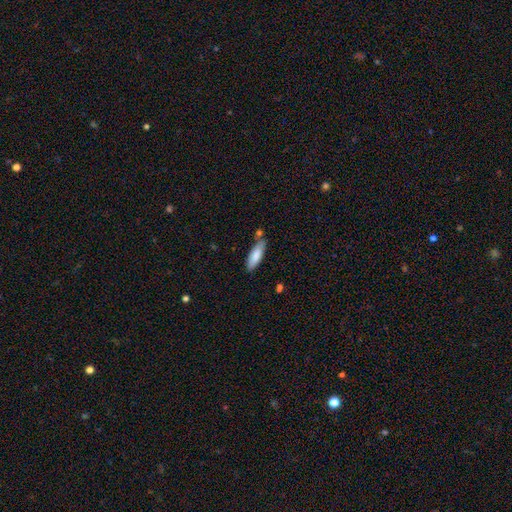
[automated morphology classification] Smooth or featured: smooth — 82% (featured or disk — 12%)
How rounded: in between — 49% (tied with cigar-shaped — 49%)
Merging: none — 66% (minor disturbance — 19%)